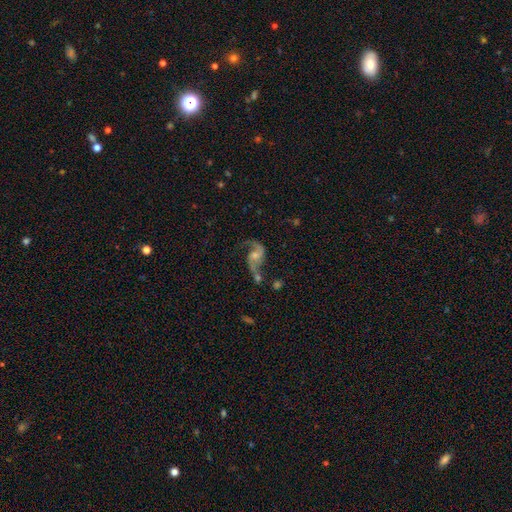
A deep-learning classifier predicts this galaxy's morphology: This is clearly a featured or disk galaxy (83%). It is clearly not viewed edge-on (97%). Bar: possibly no (54%). Spiral arm pattern: clearly yes (94%). Spiral arm count: clearly 2 (88%). Spiral winding: likely loose (71%). Central bulge: marginally moderate (45%). Merging: marginally none (43%).